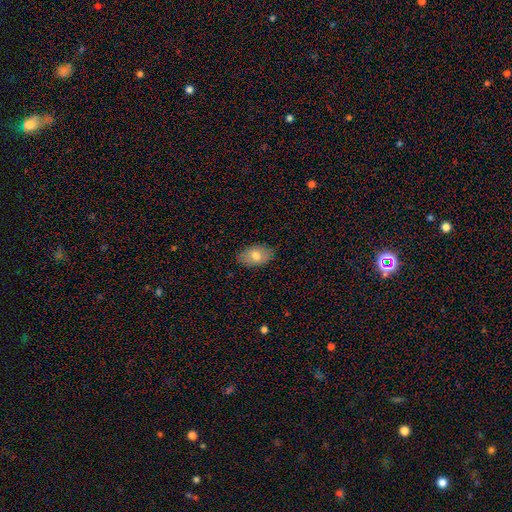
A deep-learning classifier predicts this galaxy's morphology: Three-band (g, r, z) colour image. It shows a smooth galaxy with no disk features (75%) that is in between round and cigar-shaped (89%). Merging: none (84%).